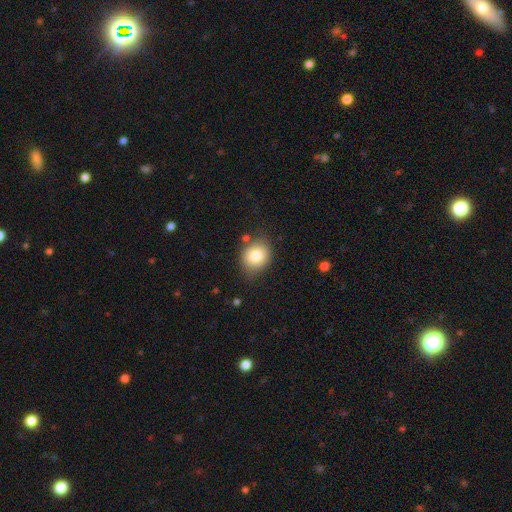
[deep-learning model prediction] This appears to be a smooth galaxy with no disk features (81%) that is round (64%). Merging: none (77%).